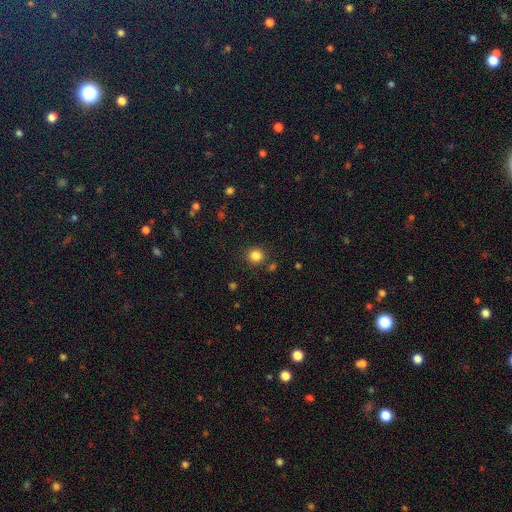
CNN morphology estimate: A smooth galaxy with no disk features (84%) that is round (92%). Merging: none (86%).